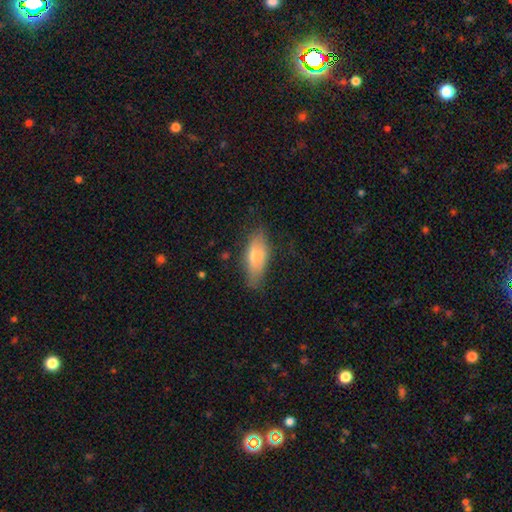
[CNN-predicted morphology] This is likely a smooth galaxy (66%). How rounded: likely in between (69%). Merging: likely none (66%).